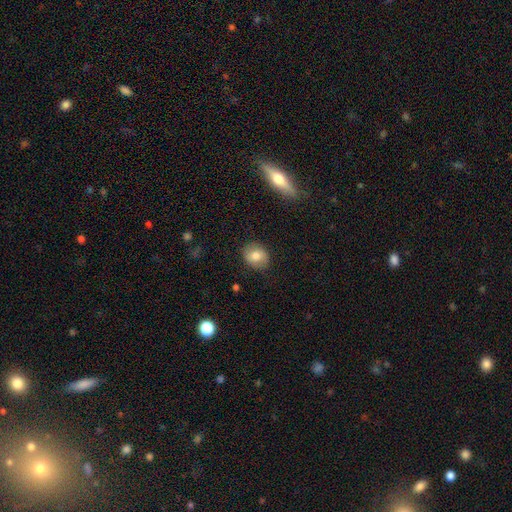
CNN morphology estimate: Overall: smooth (77%). How rounded: round (60%; in between 39%). Merging: none (85%).